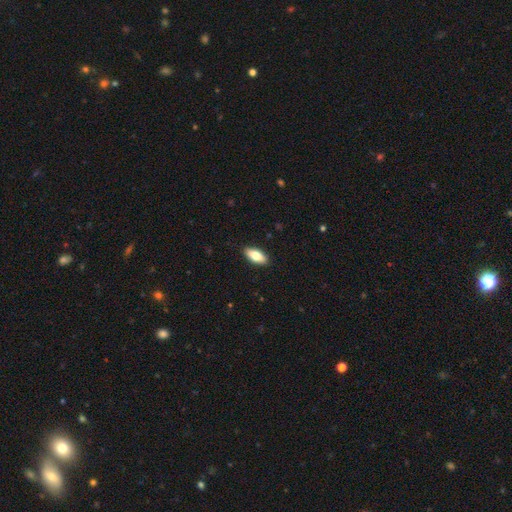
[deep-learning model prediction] Overall: smooth (75%). How rounded: in between (84%). Merging: none (90%).